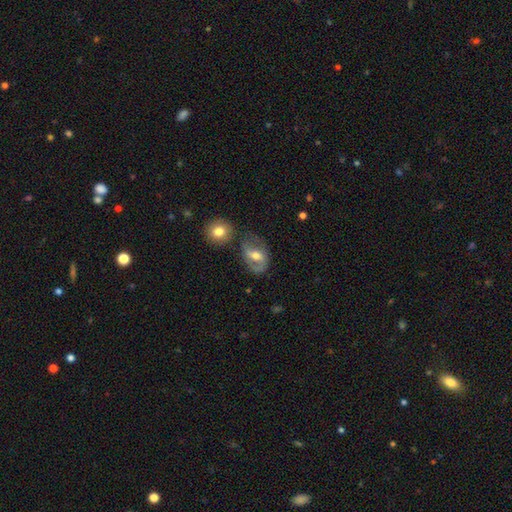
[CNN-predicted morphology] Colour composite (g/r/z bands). It shows a featured or disk galaxy (57%) with a weak bar (41%), spiral arms (64%) and a moderate central bulge (71%). Merging: none (57%).